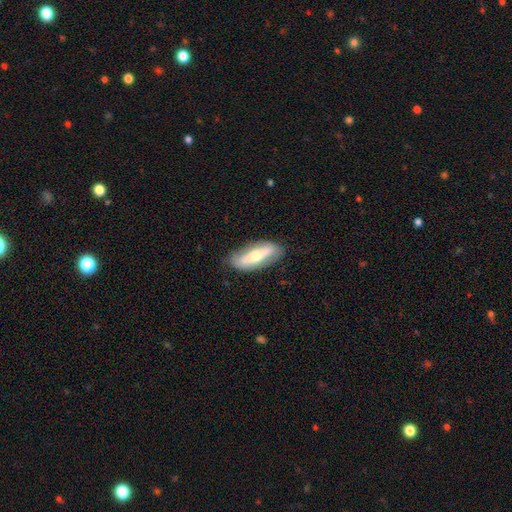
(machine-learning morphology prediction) Smooth or featured? featured or disk (49%)
Merging? none (79%)